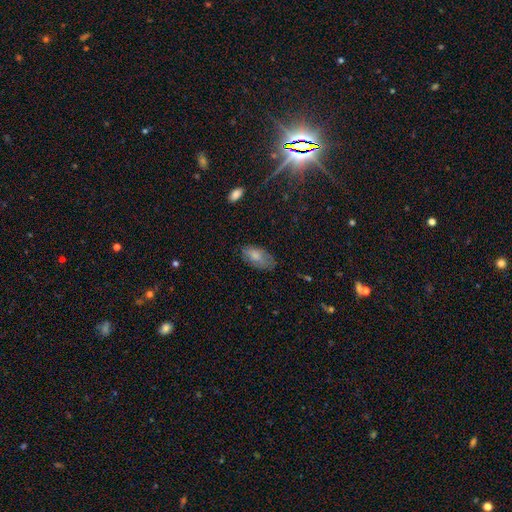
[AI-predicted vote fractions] Morphology: type=smooth (77%); roundness=in between (93%); merging=none (65%).